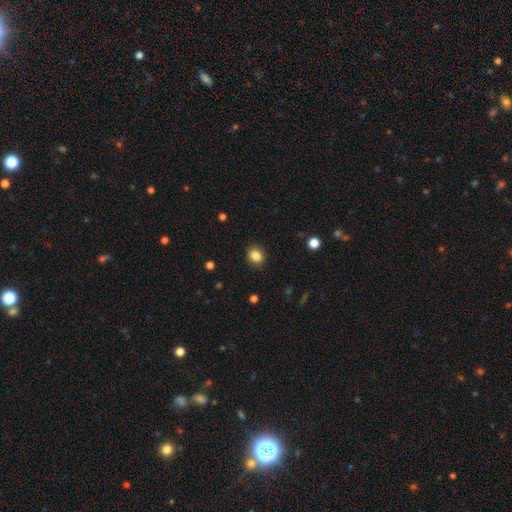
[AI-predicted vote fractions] This is clearly a smooth galaxy (86%). How rounded: possibly round (59%). Merging: clearly none (88%).